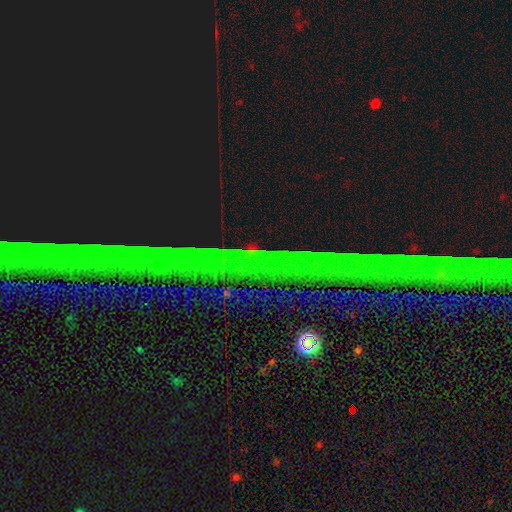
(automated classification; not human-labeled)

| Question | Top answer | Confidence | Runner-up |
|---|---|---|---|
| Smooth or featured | star or artifact | 87% | featured or disk (8%) |